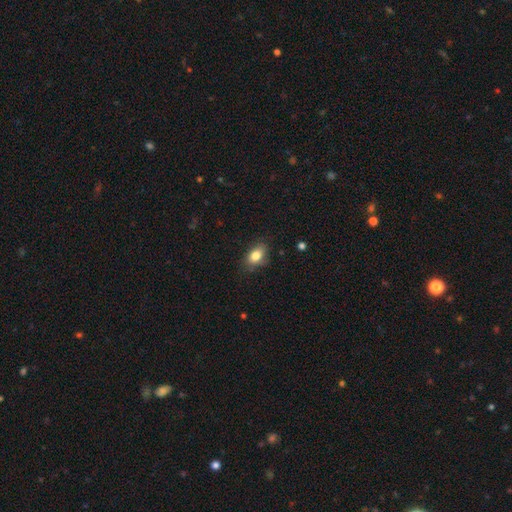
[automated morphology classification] Q: Smooth or featured?
A: smooth (82%); runner-up: featured or disk (9%)
Q: How rounded?
A: in between (84%); runner-up: round (14%)
Q: Merging?
A: none (75%); runner-up: minor disturbance (20%)